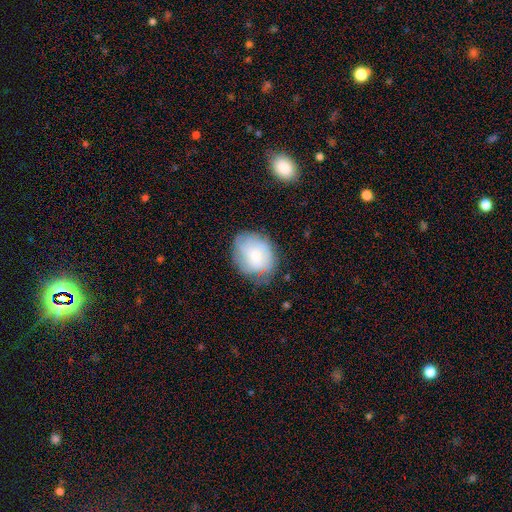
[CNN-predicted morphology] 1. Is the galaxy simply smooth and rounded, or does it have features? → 55% smooth, 37% featured or disk, 8% star or artifact.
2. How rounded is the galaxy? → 50% in between, 49% round, 1% cigar-shaped.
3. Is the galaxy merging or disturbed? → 65% none, 25% minor disturbance, 8% major disturbance, 2% merger.